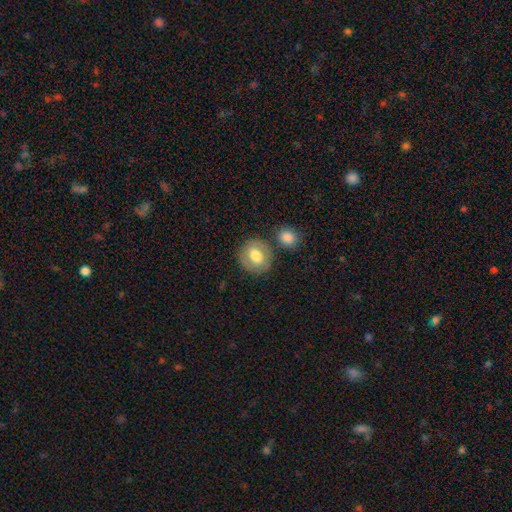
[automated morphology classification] Smooth or featured?
  - smooth: 69% *
  - featured or disk: 24%
  - star or artifact: 7%
How rounded?
  - round: 74% *
  - in between: 25%
  - cigar-shaped: 1%
Merging?
  - none: 74% *
  - minor disturbance: 12%
  - merger: 10%
  - major disturbance: 4%